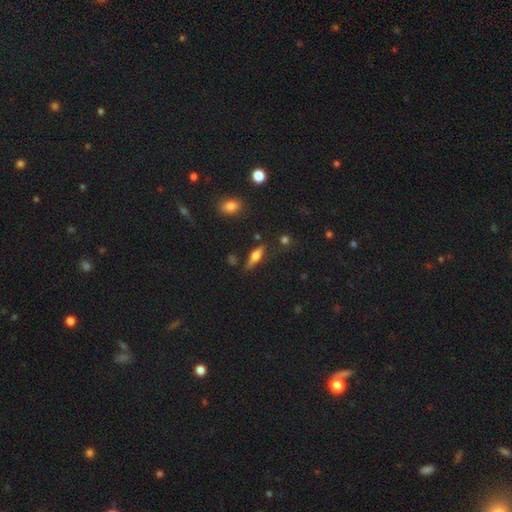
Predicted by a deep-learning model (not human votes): A smooth galaxy with no disk features (46%).

Vote fractions:
- Smooth or featured? smooth: 46% / featured or disk: 45% / star or artifact: 9%
- Merging? none: 74% / minor disturbance: 16% / major disturbance: 5% / merger: 4%